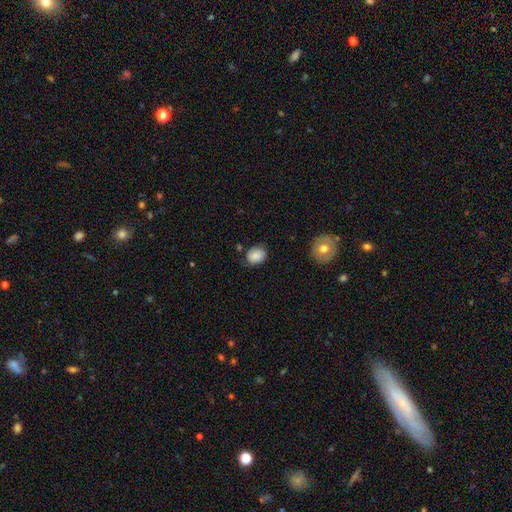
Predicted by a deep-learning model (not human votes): Smooth or featured: smooth — 84% (featured or disk — 8%)
How rounded: in between — 52% (round — 47%)
Merging: none — 66% (minor disturbance — 25%)